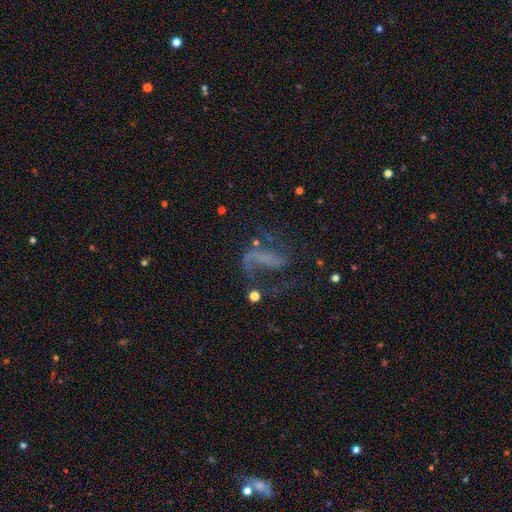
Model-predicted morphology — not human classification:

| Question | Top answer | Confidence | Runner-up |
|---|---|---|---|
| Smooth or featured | featured or disk | 67% | smooth (17%) |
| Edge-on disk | no | 95% | yes (5%) |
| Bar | no | 46% | strong (28%) |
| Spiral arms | yes | 74% | no (26%) |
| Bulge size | none | 72% | small (17%) |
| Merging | major disturbance | 40% | none (38%) |